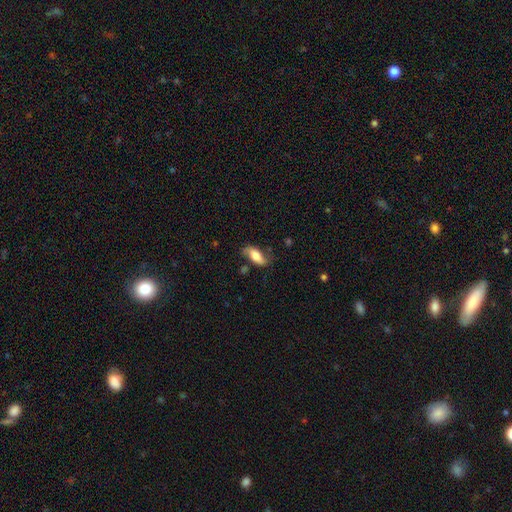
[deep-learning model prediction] Smooth or featured? Predicted: smooth (p=0.60). How rounded? Predicted: in between (p=0.82). Merging? Predicted: none (p=0.61).